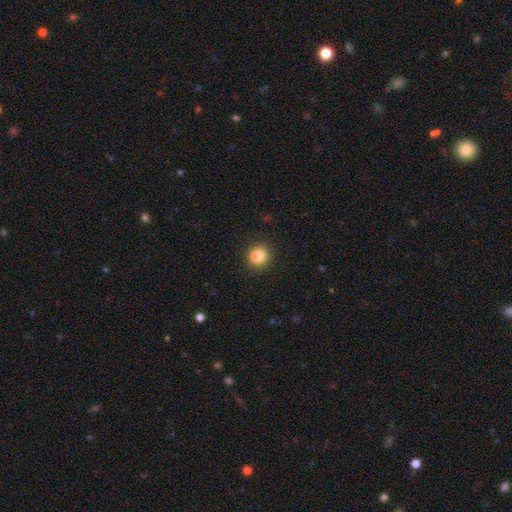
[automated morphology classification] Overall: smooth (85%). How rounded: round (89%). Merging: none (91%).